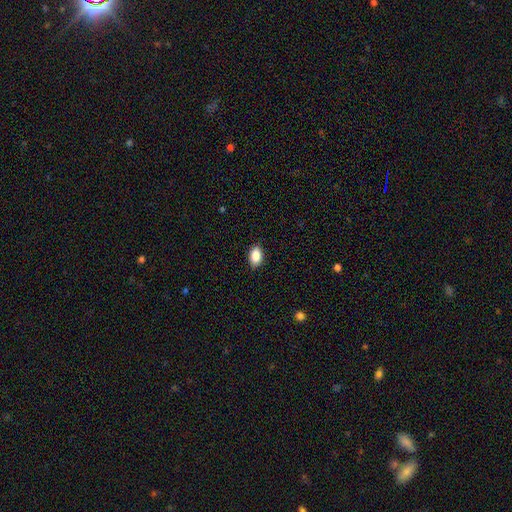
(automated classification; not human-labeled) Overall: smooth (88%). How rounded: in between (89%). Merging: none (88%).